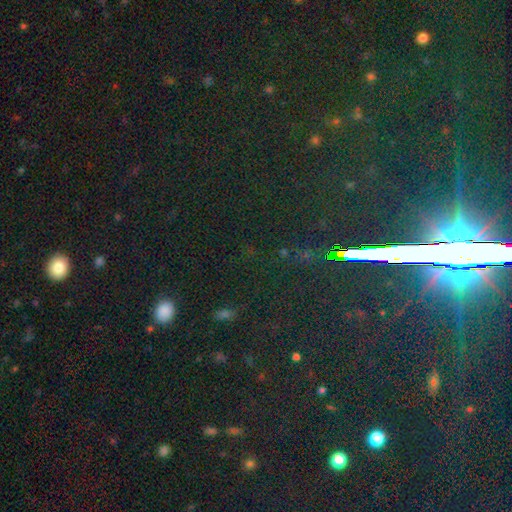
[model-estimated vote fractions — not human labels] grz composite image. It shows a star or artifact, not a galaxy (80%).